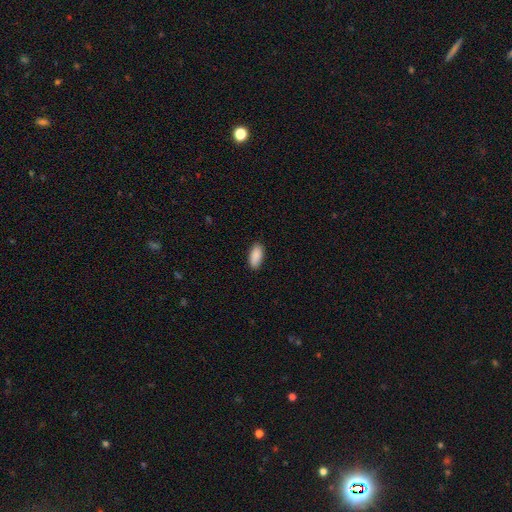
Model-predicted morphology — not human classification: Smooth or featured?
  - smooth: 91% *
  - star or artifact: 6%
  - featured or disk: 3%
How rounded?
  - in between: 89% *
  - cigar-shaped: 9%
  - round: 2%
Merging?
  - none: 88% *
  - minor disturbance: 9%
  - major disturbance: 2%
  - merger: 1%